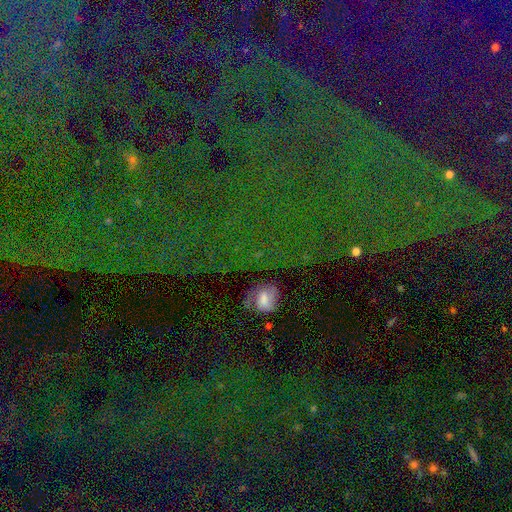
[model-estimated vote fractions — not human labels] A star or artifact, not a galaxy (73%).

Vote fractions:
- Smooth or featured? star or artifact: 73% / smooth: 17% / featured or disk: 10%